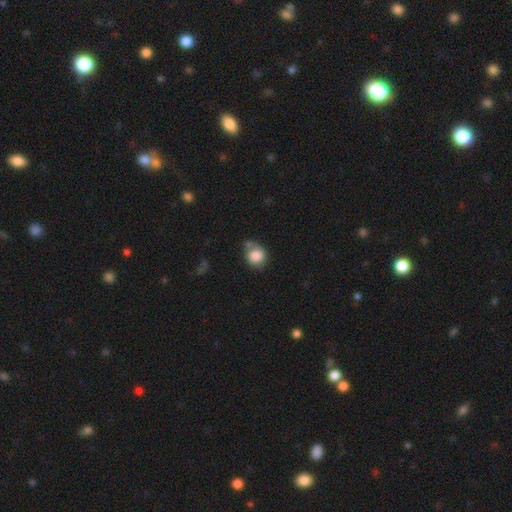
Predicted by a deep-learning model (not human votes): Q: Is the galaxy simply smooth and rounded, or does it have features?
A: smooth — 78%.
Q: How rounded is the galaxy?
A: round — 63%.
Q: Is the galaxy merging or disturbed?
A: none — 47%.